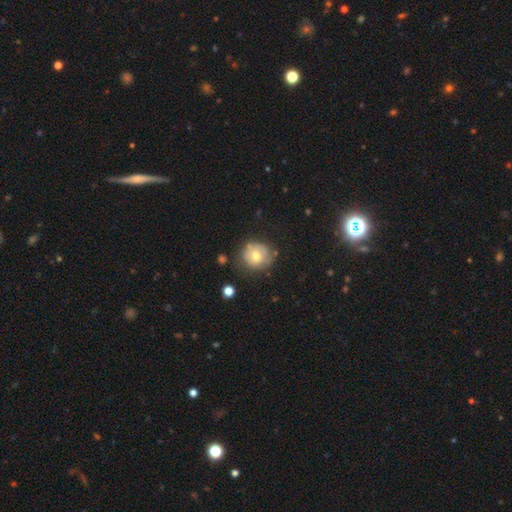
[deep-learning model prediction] smooth-or-featured: smooth: 61% | featured or disk: 30% | star or artifact: 8%
  how-rounded: round: 82% | in between: 17% | cigar-shaped: 1%
  merging: none: 63% | minor disturbance: 25% | major disturbance: 8% | merger: 4%